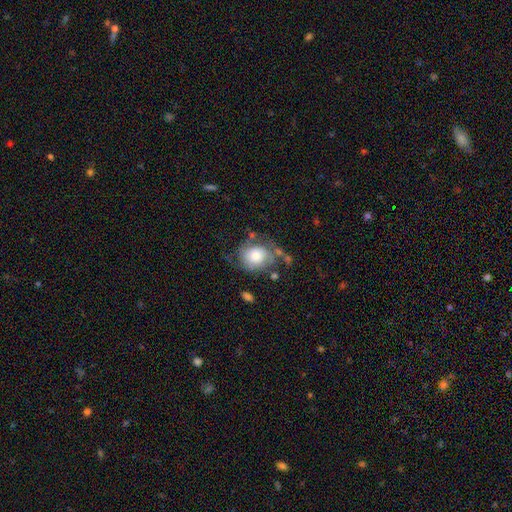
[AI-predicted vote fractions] Q: Smooth or featured?
A: featured or disk (52%); runner-up: smooth (41%)
Q: Edge-on disk?
A: no (97%); runner-up: yes (3%)
Q: Bar?
A: no (81%); runner-up: weak (16%)
Q: Spiral arms?
A: yes (79%); runner-up: no (21%)
Q: Bulge size?
A: moderate (39%); runner-up: large (34%)
Q: Merging?
A: none (46%); runner-up: minor disturbance (26%)